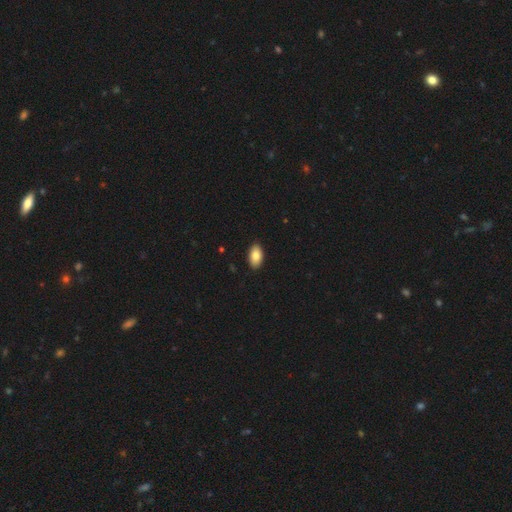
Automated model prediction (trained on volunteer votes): Smooth or featured: smooth — 87% (star or artifact — 7%)
How rounded: in between — 94% (round — 4%)
Merging: none — 90% (minor disturbance — 8%)